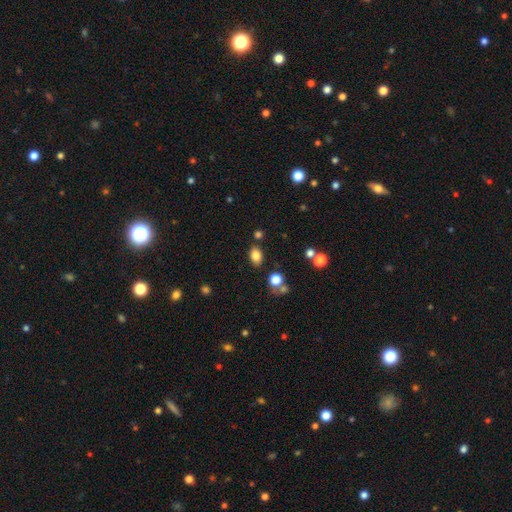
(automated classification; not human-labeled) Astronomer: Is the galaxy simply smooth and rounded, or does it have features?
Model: smooth — 82%.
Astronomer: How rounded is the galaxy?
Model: in between — 81%.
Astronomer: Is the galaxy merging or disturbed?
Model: none — 81%.